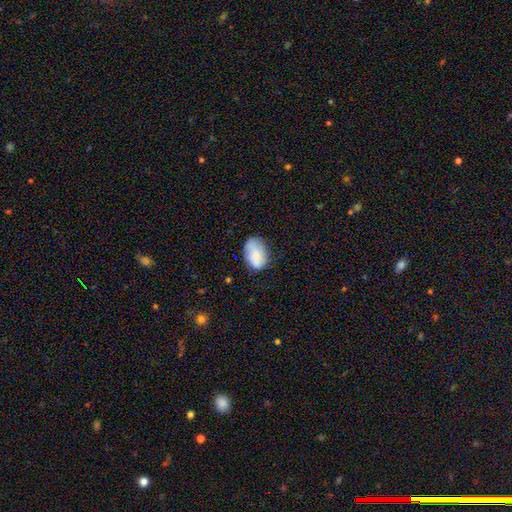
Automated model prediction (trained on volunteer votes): Morphology: type=smooth (78%); roundness=in between (88%); merging=none (66%).